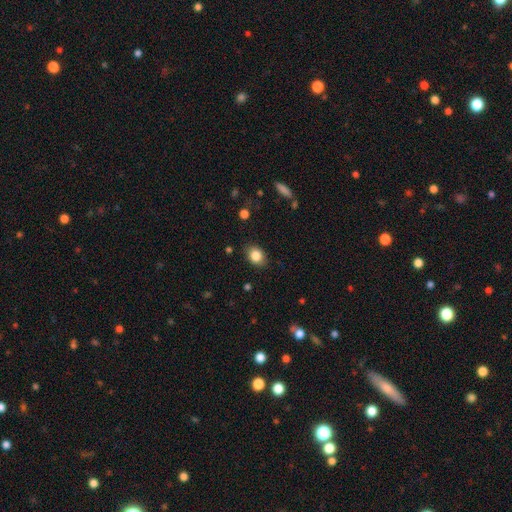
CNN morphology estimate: Smooth or featured?
  - smooth: 85% *
  - star or artifact: 9%
  - featured or disk: 6%
How rounded?
  - in between: 61% *
  - round: 38%
  - cigar-shaped: 1%
Merging?
  - none: 85% *
  - minor disturbance: 11%
  - major disturbance: 3%
  - merger: 1%